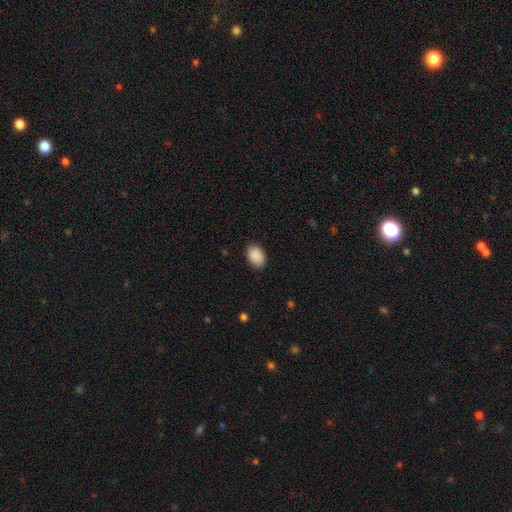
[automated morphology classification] Q: Smooth or featured?
A: smooth (91%); runner-up: star or artifact (7%)
Q: How rounded?
A: in between (83%); runner-up: round (16%)
Q: Merging?
A: none (87%); runner-up: minor disturbance (10%)